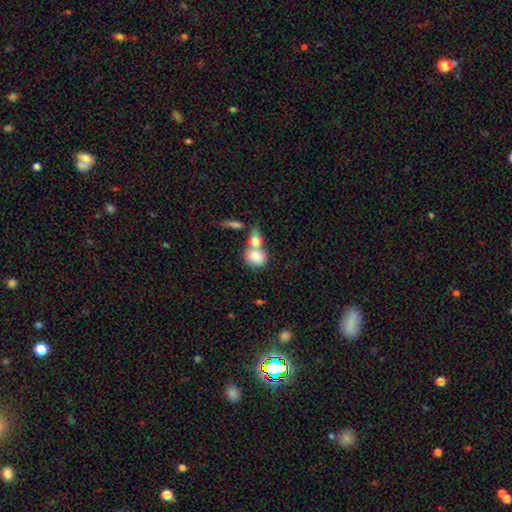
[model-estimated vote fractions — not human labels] This is clearly a smooth galaxy (81%). How rounded: possibly in between (50%). Merging: likely merger (67%).